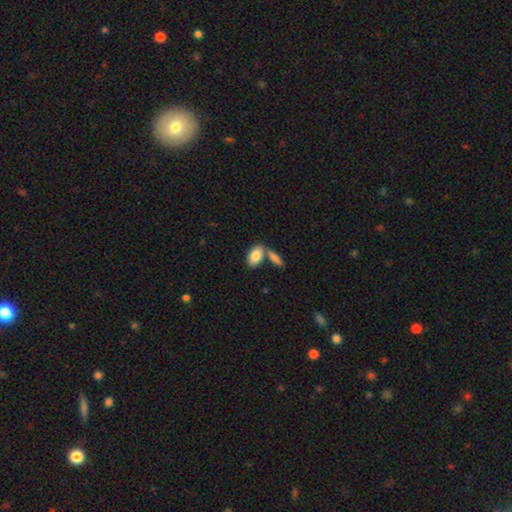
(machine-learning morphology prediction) The model was most divided on "merging": none: 50%, merger: 36%, minor disturbance: 11%, major disturbance: 3%. More confident: how rounded — in between (92%); smooth or featured — smooth (83%).